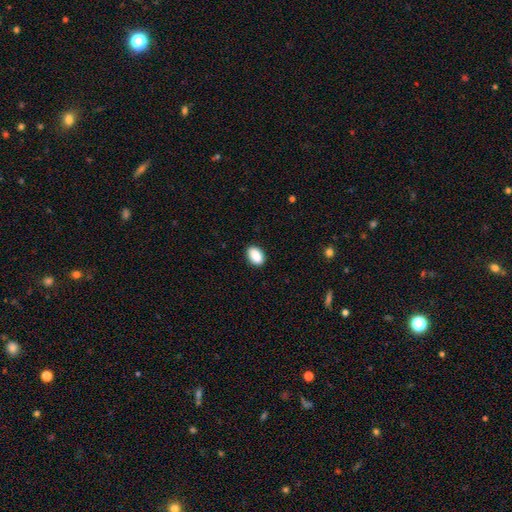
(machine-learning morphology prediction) Overall: smooth (90%). How rounded: in between (88%). Merging: none (89%).